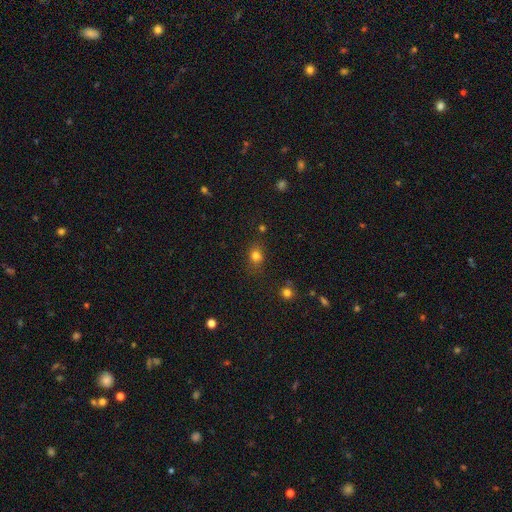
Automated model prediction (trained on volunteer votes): The model was most divided on "how rounded": round: 55%, in between: 43%, cigar-shaped: 2%. More confident: smooth or featured — smooth (77%); merging — none (74%).